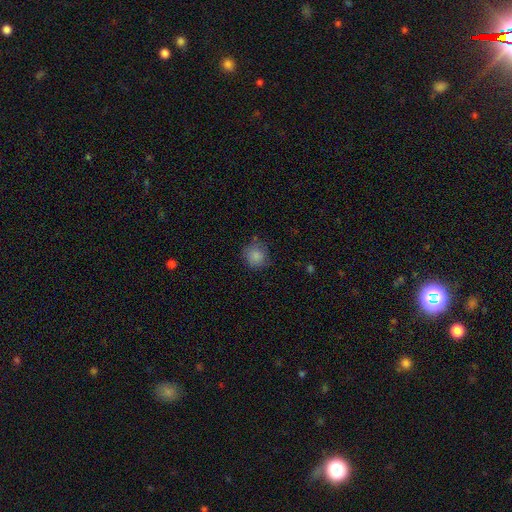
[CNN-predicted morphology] A smooth galaxy with no disk features (85%) that is round (87%). Merging: none (75%).